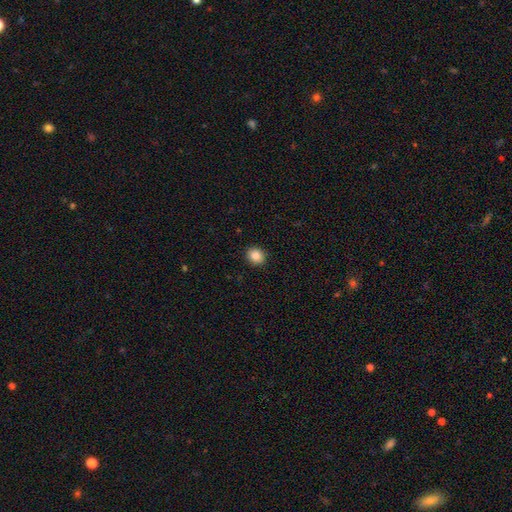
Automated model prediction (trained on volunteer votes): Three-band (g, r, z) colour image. It shows a smooth galaxy with no disk features (86%) that is round (71%). Merging: none (91%).